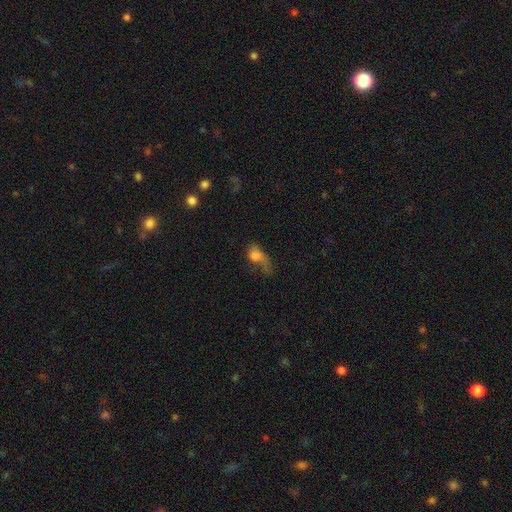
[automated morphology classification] Q: Smooth or featured?
A: smooth (67%); runner-up: featured or disk (21%)
Q: How rounded?
A: in between (71%); runner-up: round (23%)
Q: Merging?
A: major disturbance (56%); runner-up: minor disturbance (20%)